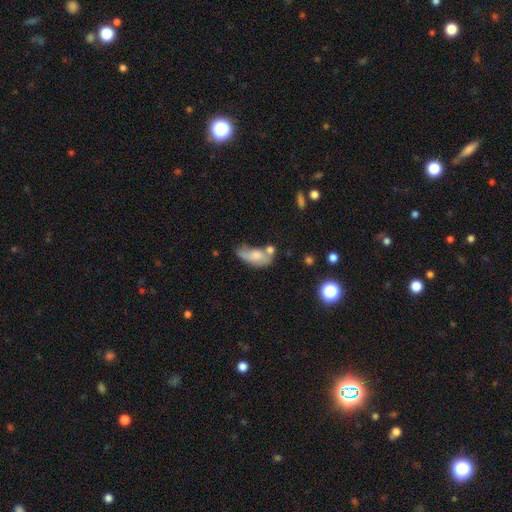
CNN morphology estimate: Q: Smooth or featured?
A: smooth (60%); runner-up: featured or disk (31%)
Q: How rounded?
A: in between (87%); runner-up: cigar-shaped (8%)
Q: Merging?
A: none (28%); runner-up: minor disturbance (26%)